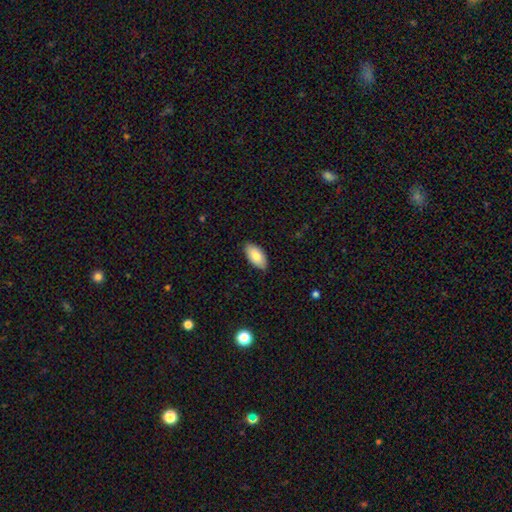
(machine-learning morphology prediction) This appears to be a smooth galaxy with no disk features (80%) that is in between round and cigar-shaped (94%). Merging: none (85%).